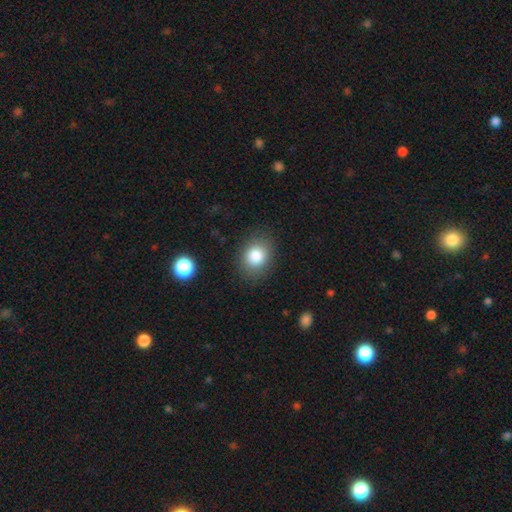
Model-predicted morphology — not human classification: Smooth or featured? smooth (82%)
How rounded? in between (52%)
Merging? none (83%)